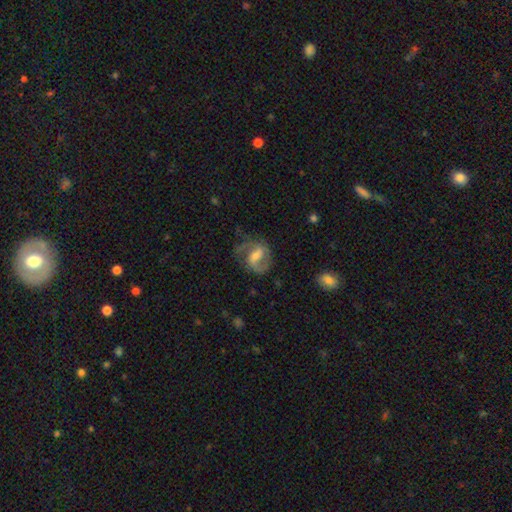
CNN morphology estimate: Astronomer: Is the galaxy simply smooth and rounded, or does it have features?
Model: featured or disk — 76%.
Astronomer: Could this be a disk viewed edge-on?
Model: no — 97%.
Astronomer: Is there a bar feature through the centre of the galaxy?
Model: weak — 46% (runner-up: strong, 36%).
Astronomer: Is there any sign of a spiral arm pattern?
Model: yes — 91%.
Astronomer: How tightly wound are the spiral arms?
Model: medium — 53% (runner-up: loose, 28%).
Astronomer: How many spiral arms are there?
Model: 2 — 81%.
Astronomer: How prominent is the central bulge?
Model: moderate — 45% (runner-up: small, 35%).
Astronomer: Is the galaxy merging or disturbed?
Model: none — 61%.